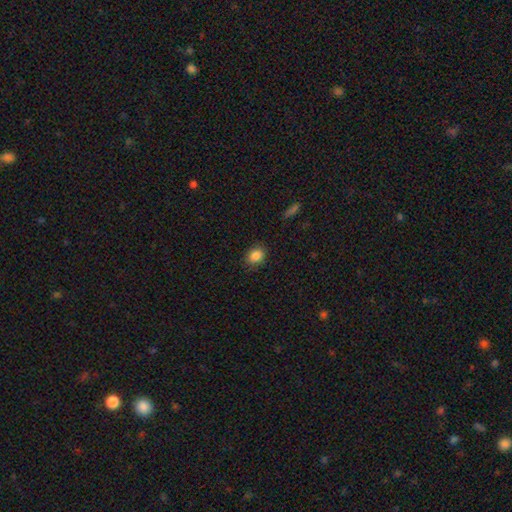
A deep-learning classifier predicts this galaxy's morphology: smooth_or_featured: smooth (p=0.85) [alt: star or artifact p=0.10]
how_rounded: round (p=0.52) [alt: in between p=0.47]
merging: none (p=0.85) [alt: minor disturbance p=0.11]